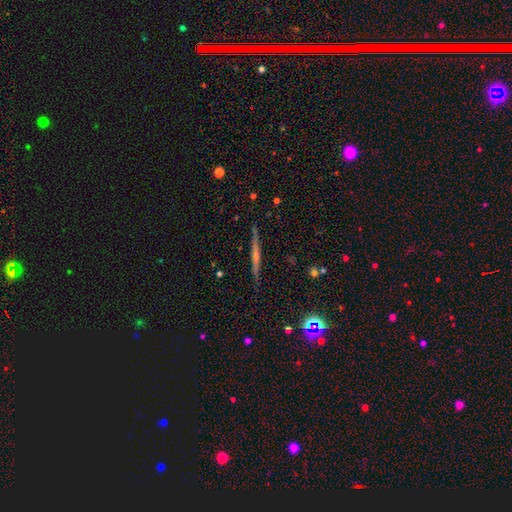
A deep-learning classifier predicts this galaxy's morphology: smooth-or-featured: featured or disk: 76% | smooth: 15% | star or artifact: 9%
  disk-edge-on: yes: 98% | no: 2%
    edge-on-bulge: rounded: 72% | none: 21% | boxy: 7%
  merging: none: 90% | minor disturbance: 8% | major disturbance: 1% | merger: 1%